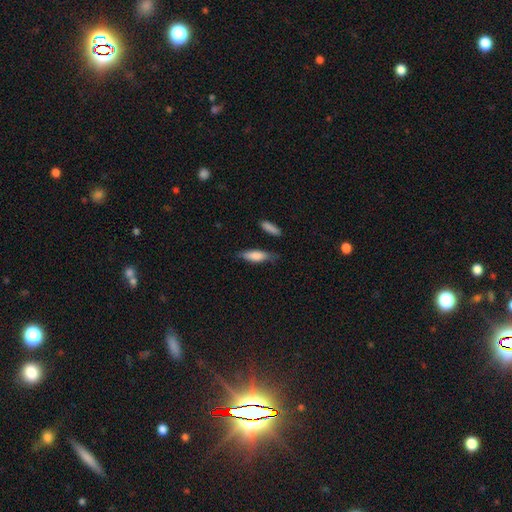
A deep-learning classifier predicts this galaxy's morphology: Overall: smooth (78%). How rounded: cigar-shaped (51%; in between 47%). Merging: none (71%).